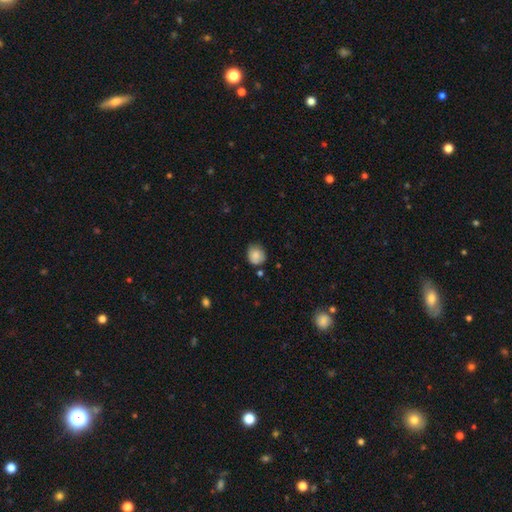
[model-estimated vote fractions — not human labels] Smooth or featured? Predicted: smooth (p=0.82). How rounded? Predicted: round (p=0.77). Merging? Predicted: none (p=0.68).